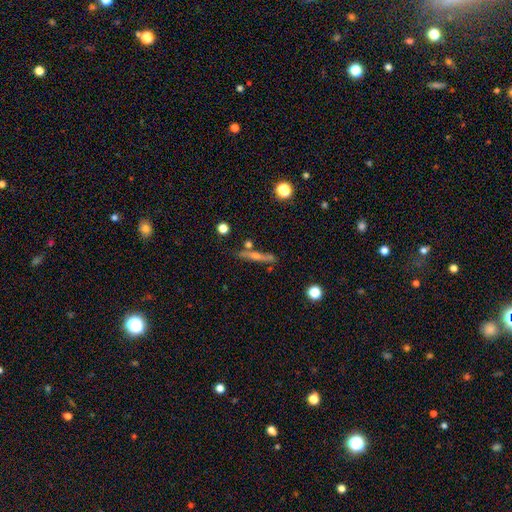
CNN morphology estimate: featured or disk 61%, smooth 29%, star or artifact 10%. Down the decision tree: edge-on disk — yes (93%); edge-on bulge — rounded (74%); merging — none (75%).